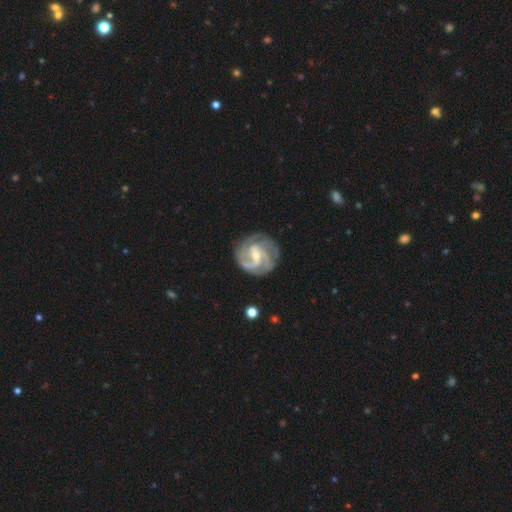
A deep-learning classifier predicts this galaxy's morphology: A featured or disk galaxy (92%) with a weak bar (48%), 3 (47%) medium (47%) spiral arms (98%) and a small central bulge (61%). Merging: none (76%).